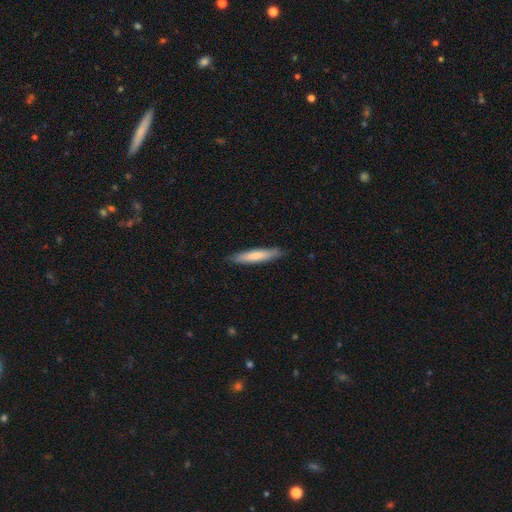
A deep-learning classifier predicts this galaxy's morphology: smooth 72%, featured or disk 23%, star or artifact 5%. Down the decision tree: how rounded — cigar-shaped (88%); merging — none (87%).